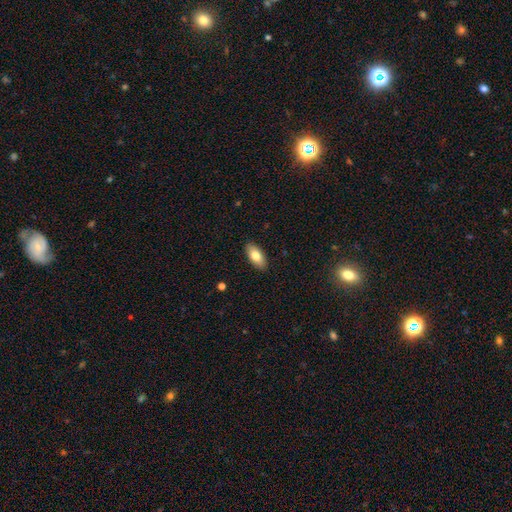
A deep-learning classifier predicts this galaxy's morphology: Smooth or featured? smooth (79%)
How rounded? in between (89%)
Merging? none (89%)